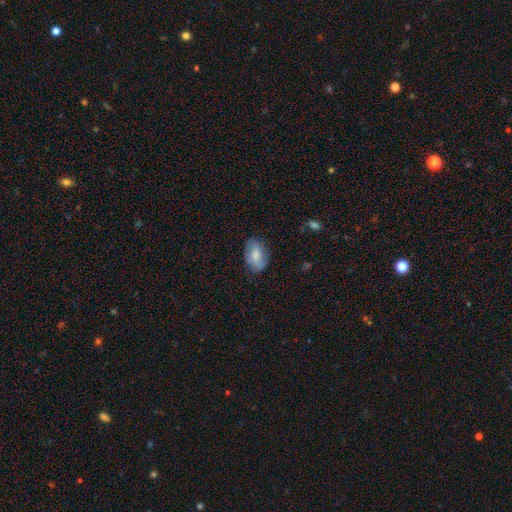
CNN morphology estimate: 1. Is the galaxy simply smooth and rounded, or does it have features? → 72% smooth, 21% featured or disk, 7% star or artifact.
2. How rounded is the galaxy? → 89% in between, 9% round, 2% cigar-shaped.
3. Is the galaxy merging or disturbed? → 76% none, 18% minor disturbance, 4% major disturbance, 1% merger.